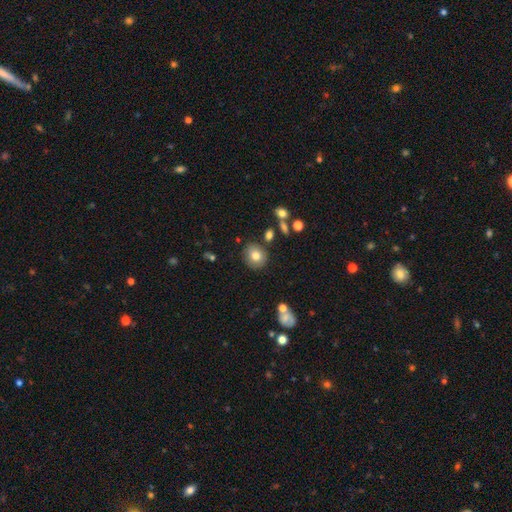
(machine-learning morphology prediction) Overall: smooth (78%). How rounded: round (77%). Merging: none (83%).